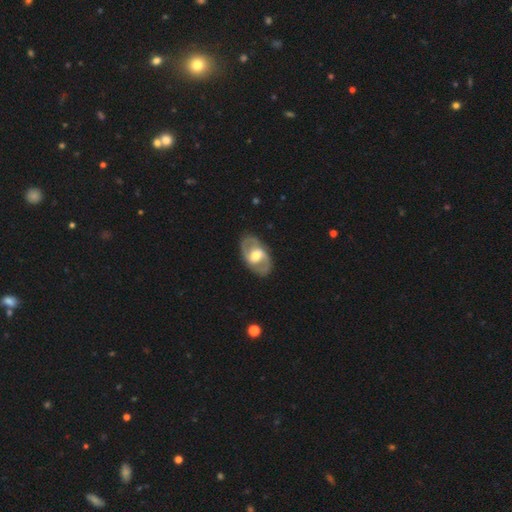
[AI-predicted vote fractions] Overall: featured or disk (74%). Edge-on disk: no (94%). Bar: weak (45%; strong 30%). Spiral arms: yes (74%). Spiral arm count: 2 (88%). Spiral winding: medium (51%; tight 26%). Bulge size: moderate (63%). Merging: none (84%).